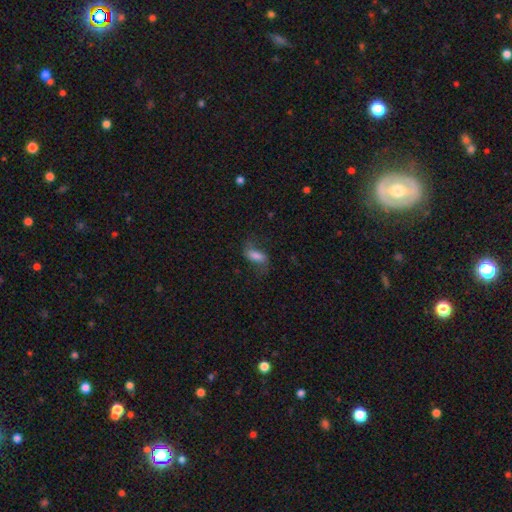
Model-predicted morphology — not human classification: Smooth or featured: smooth — 57% (featured or disk — 33%)
How rounded: in between — 81% (cigar-shaped — 14%)
Merging: none — 62% (minor disturbance — 21%)